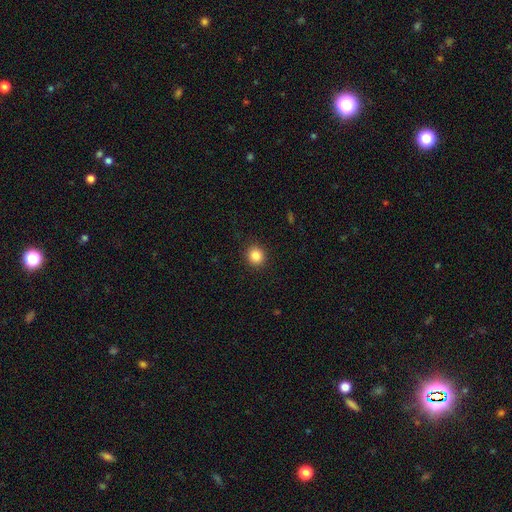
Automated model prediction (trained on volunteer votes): Morphology: type=smooth (85%); roundness=round (89%); merging=none (91%).